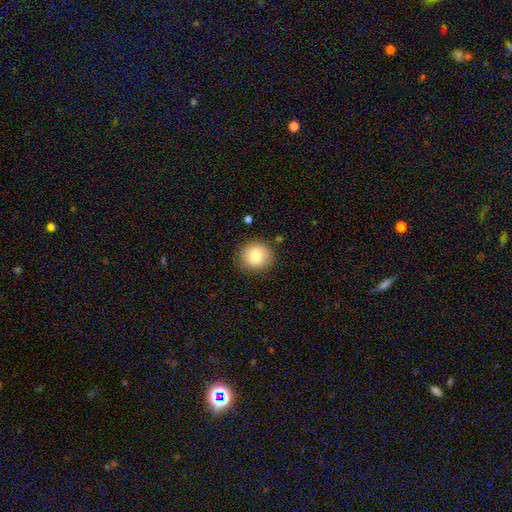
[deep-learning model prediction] This appears to be a smooth galaxy with no disk features (80%) that is round (88%). Merging: none (85%).